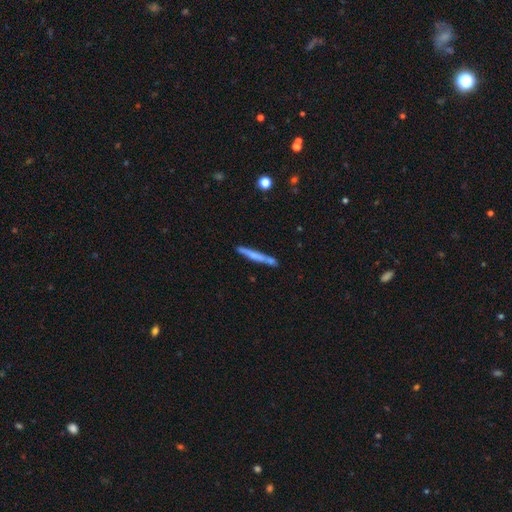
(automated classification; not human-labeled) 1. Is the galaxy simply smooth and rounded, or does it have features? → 49% smooth, 44% featured or disk, 7% star or artifact.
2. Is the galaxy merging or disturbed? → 77% none, 12% minor disturbance, 8% merger, 3% major disturbance.